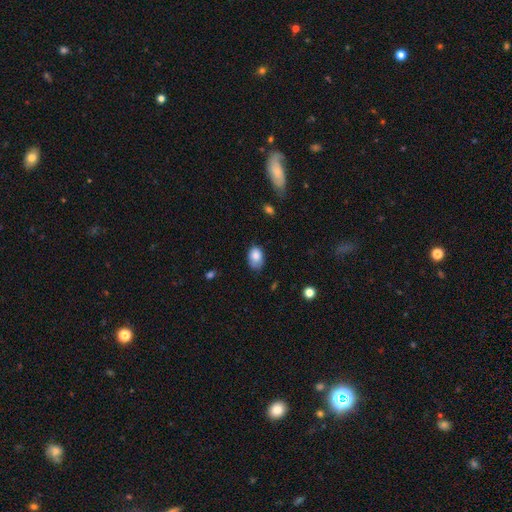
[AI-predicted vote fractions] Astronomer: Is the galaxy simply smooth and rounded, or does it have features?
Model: smooth — 83%.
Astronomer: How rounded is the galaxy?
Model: in between — 82%.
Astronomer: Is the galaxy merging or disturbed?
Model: none — 56% (runner-up: minor disturbance, 34%).